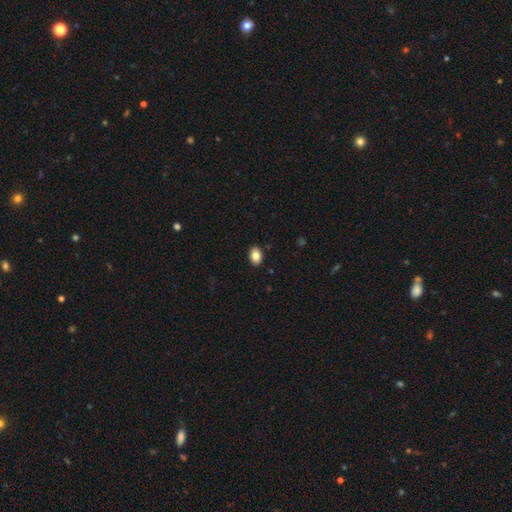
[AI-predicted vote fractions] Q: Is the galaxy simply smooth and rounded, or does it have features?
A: smooth — 85%.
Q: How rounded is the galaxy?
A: in between — 83%.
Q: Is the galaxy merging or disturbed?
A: none — 89%.